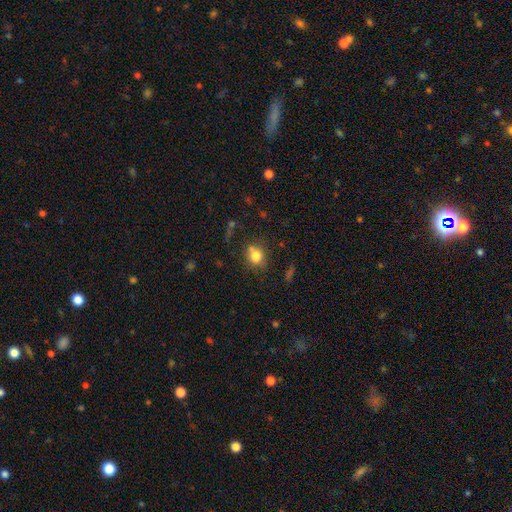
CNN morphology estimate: A smooth galaxy with no disk features (79%) that is round (67%).

Vote fractions:
- Smooth or featured? smooth: 79% / star or artifact: 12% / featured or disk: 9%
- How rounded? round: 67% / in between: 32% / cigar-shaped: 1%
- Merging? none: 66% / minor disturbance: 17% / merger: 11% / major disturbance: 6%